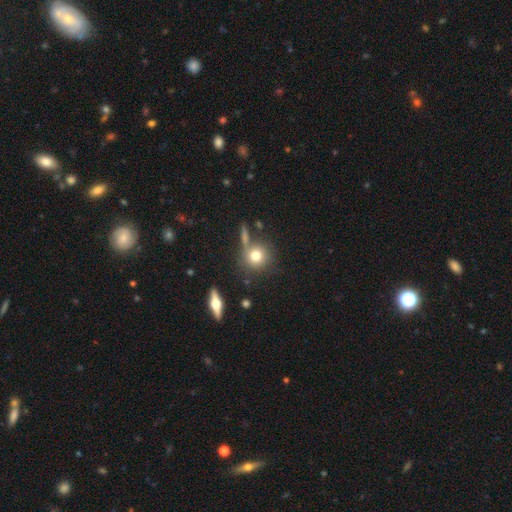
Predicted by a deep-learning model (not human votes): This is likely a smooth galaxy (74%). How rounded: clearly round (89%). Merging: likely none (71%).